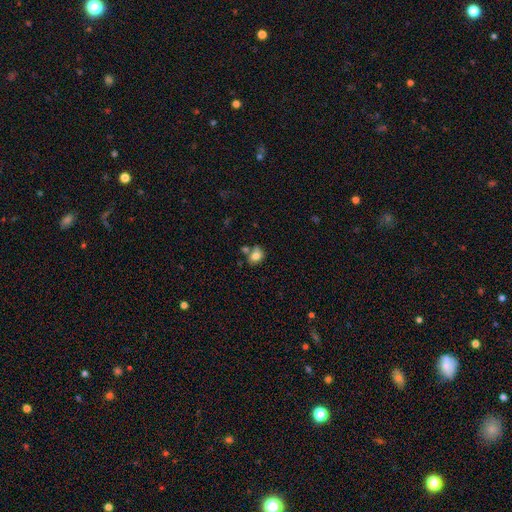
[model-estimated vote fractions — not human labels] This appears to be a smooth galaxy with no disk features (77%) that is in between round and cigar-shaped (53%). Merging: none (50%).